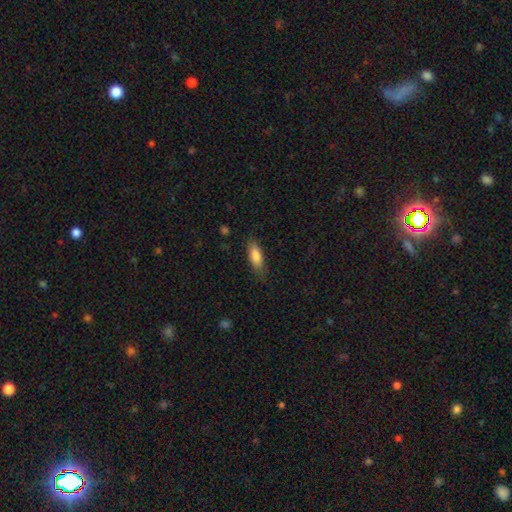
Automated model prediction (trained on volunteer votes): Smooth or featured? smooth (83%)
How rounded? in between (68%)
Merging? none (79%)